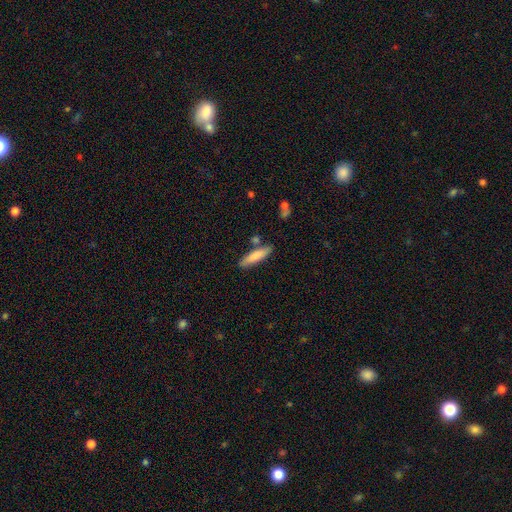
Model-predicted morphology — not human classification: type=smooth (81%); roundness=cigar-shaped (76%); merging=none (80%).